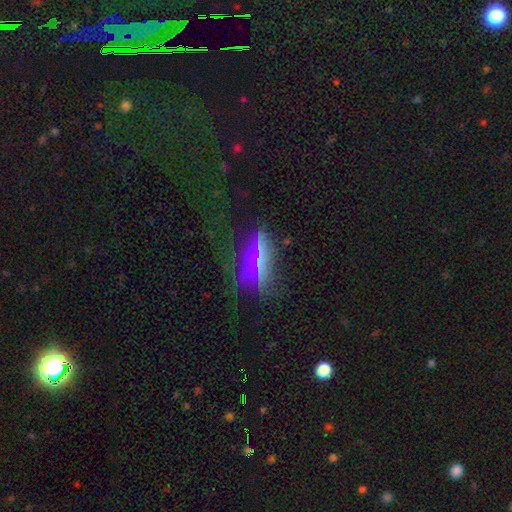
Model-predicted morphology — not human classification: Smooth or featured?
  - smooth: 43% *
  - star or artifact: 35%
  - featured or disk: 22%
Merging?
  - none: 73% *
  - minor disturbance: 16%
  - major disturbance: 6%
  - merger: 5%